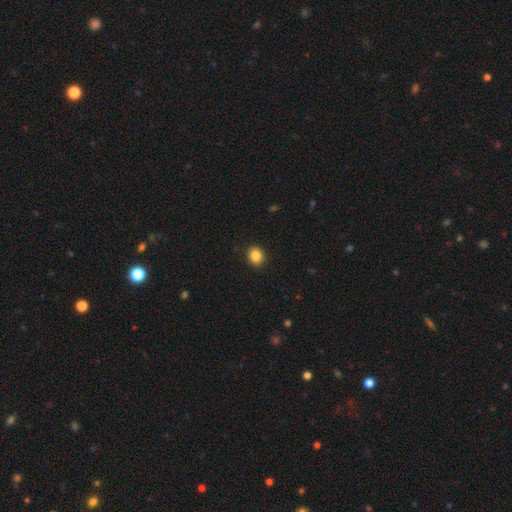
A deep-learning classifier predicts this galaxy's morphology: The model was most divided on "how rounded": round: 68%, in between: 31%, cigar-shaped: 1%. More confident: merging — none (91%); smooth or featured — smooth (86%).